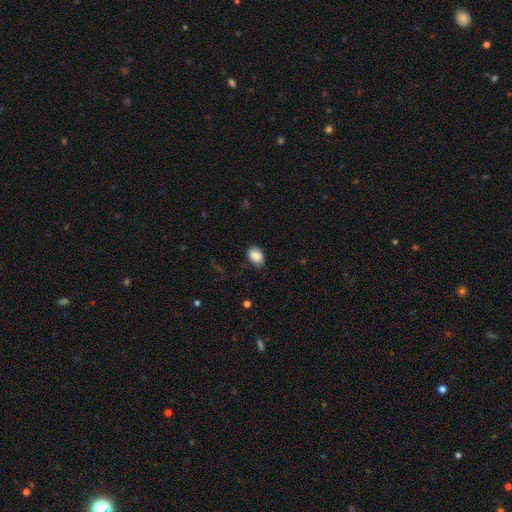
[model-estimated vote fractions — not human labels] smooth 88%, star or artifact 7%, featured or disk 5%. Down the decision tree: how rounded — in between (80%); merging — none (77%).